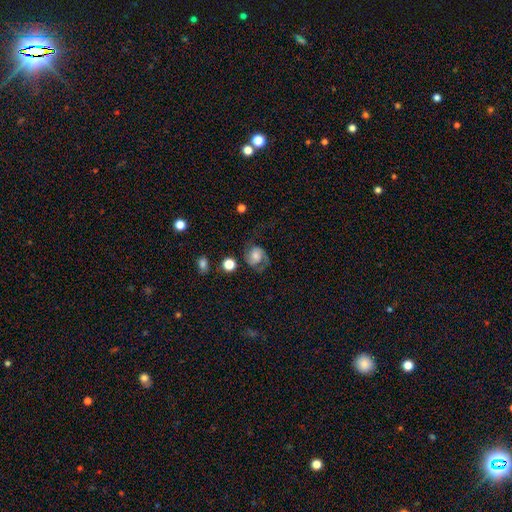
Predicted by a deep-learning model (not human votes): smooth-or-featured: featured or disk: 72% | smooth: 20% | star or artifact: 8%
  disk-edge-on: no: 98% | yes: 2%
    bar: no: 65% | weak: 29% | strong: 6%
    has-spiral-arms: yes: 94% | no: 6%
      spiral-winding: medium: 51% | loose: 25% | tight: 24%
      spiral-arm-count: 2: 86% | 1: 5% | can't tell: 5% | 3: 2% | 4: 1% | more than 4: 1%
    bulge-size: moderate: 45% | small: 27% | large: 16% | none: 9% | dominant: 3%
  merging: none: 63% | minor disturbance: 19% | major disturbance: 15% | merger: 3%